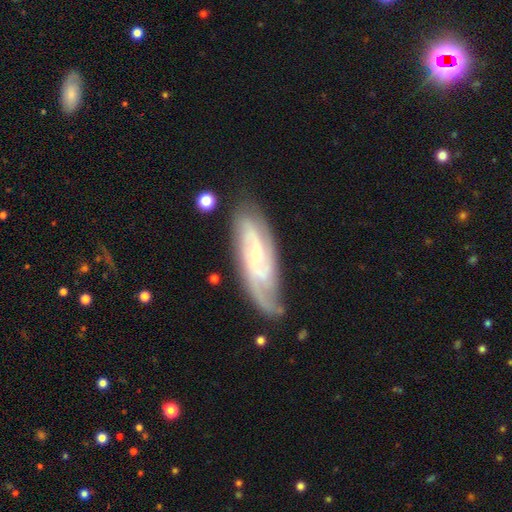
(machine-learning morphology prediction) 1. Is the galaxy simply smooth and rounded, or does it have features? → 83% featured or disk, 12% smooth, 6% star or artifact.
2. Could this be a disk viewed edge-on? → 89% no, 11% yes.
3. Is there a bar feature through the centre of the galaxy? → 56% no, 35% weak, 9% strong.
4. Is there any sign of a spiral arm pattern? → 96% yes, 4% no.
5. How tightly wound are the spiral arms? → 48% tight, 41% medium, 11% loose.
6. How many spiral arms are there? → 35% 2, 27% 3, 23% can't tell, 8% 4, 4% 1, 4% more than 4.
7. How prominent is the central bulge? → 68% small, 25% moderate, 4% none, 2% large, 1% dominant.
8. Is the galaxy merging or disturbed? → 72% none, 20% minor disturbance, 6% major disturbance, 2% merger.